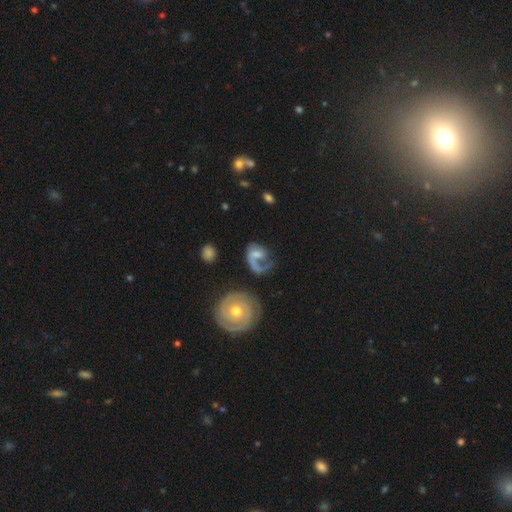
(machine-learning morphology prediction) Smooth or featured? Predicted: featured or disk (p=0.68). Edge-on disk? Predicted: no (p=0.97). Bar? Predicted: no (p=0.57). Spiral arms? Predicted: yes (p=0.87). Spiral winding? Predicted: loose (p=0.37). Spiral arm count? Predicted: 1 (p=0.76). Bulge size? Predicted: moderate (p=0.40). Merging? Predicted: major disturbance (p=0.39).